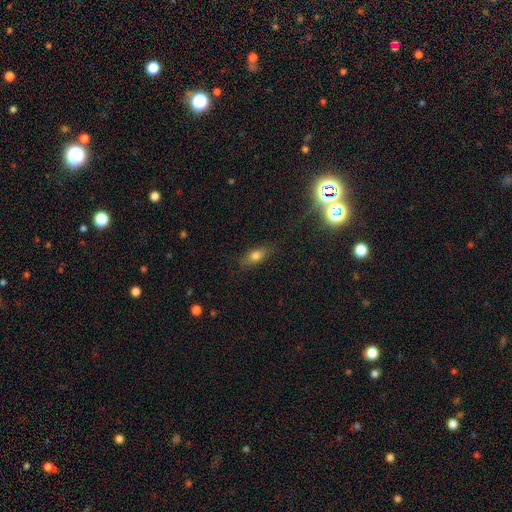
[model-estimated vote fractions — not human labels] The model was most divided on "how rounded": in between: 73%, cigar-shaped: 20%, round: 7%. More confident: merging — none (79%); smooth or featured — smooth (72%).